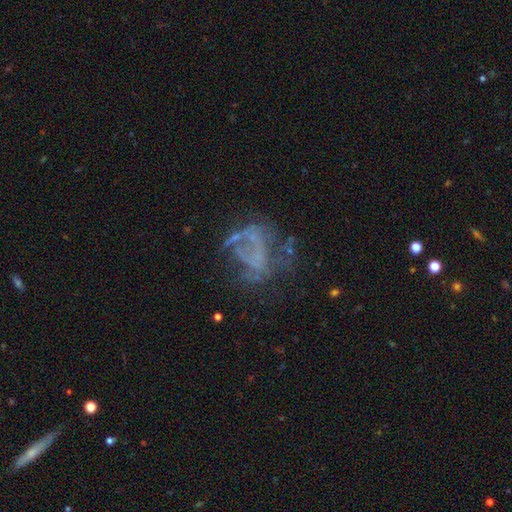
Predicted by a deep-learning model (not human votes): Smooth or featured: featured or disk — 57% (star or artifact — 24%)
Edge-on disk: no — 97% (yes — 3%)
Bar: no — 85% (weak — 10%)
Spiral arms: no — 81% (yes — 19%)
Bulge size: none — 84% (small — 9%)
Merging: none — 40% (major disturbance — 37%)